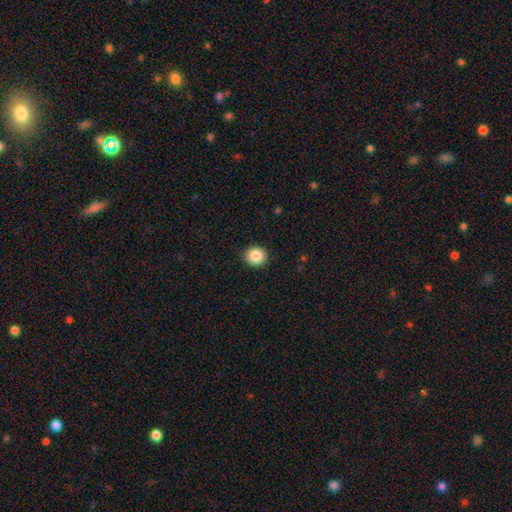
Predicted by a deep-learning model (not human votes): Smooth or featured?
  - smooth: 87% *
  - star or artifact: 9%
  - featured or disk: 4%
How rounded?
  - round: 91% *
  - in between: 8%
  - cigar-shaped: 1%
Merging?
  - none: 91% *
  - minor disturbance: 6%
  - major disturbance: 2%
  - merger: 1%